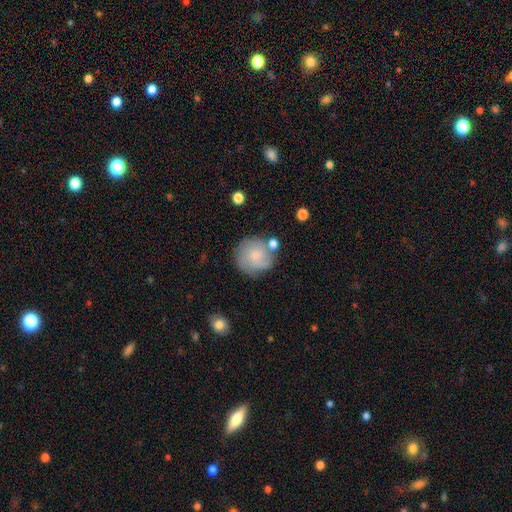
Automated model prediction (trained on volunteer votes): smooth-or-featured: smooth: 64% | featured or disk: 28% | star or artifact: 8%
  how-rounded: round: 90% | in between: 9% | cigar-shaped: 1%
  merging: none: 67% | minor disturbance: 18% | merger: 9% | major disturbance: 6%